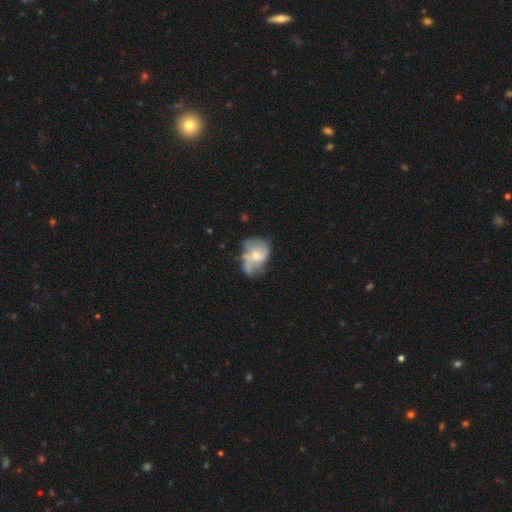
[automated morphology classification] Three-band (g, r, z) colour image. It shows a featured or disk galaxy (58%) with no bar (65%), spiral arms (57%) and a moderate central bulge (51%). Merging: none (36%).